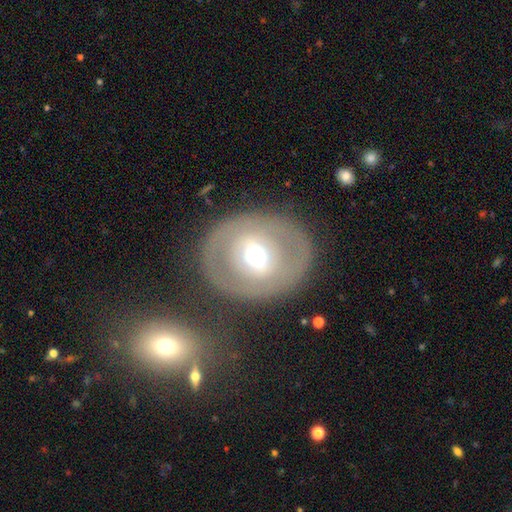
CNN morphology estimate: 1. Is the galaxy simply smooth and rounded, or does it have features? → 57% featured or disk, 36% smooth, 7% star or artifact.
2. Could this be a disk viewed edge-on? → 93% no, 7% yes.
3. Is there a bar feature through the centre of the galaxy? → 43% no, 34% weak, 23% strong.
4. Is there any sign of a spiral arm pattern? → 77% no, 23% yes.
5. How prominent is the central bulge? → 62% moderate, 26% small, 10% large, 2% dominant, 1% none.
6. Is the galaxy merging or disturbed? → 76% none, 12% minor disturbance, 8% major disturbance, 4% merger.